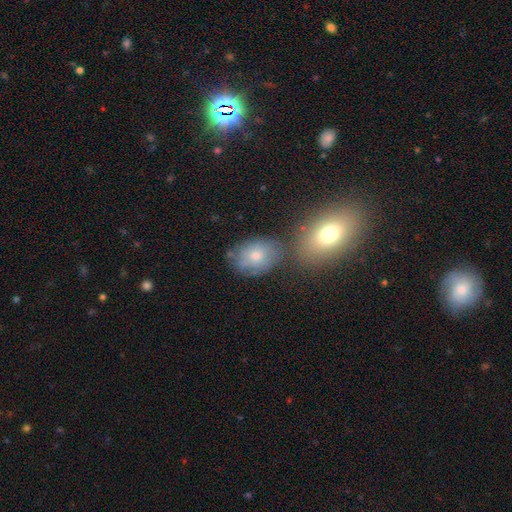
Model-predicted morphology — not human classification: Smooth or featured? Predicted: smooth (p=0.66). How rounded? Predicted: in between (p=0.68). Merging? Predicted: none (p=0.52).